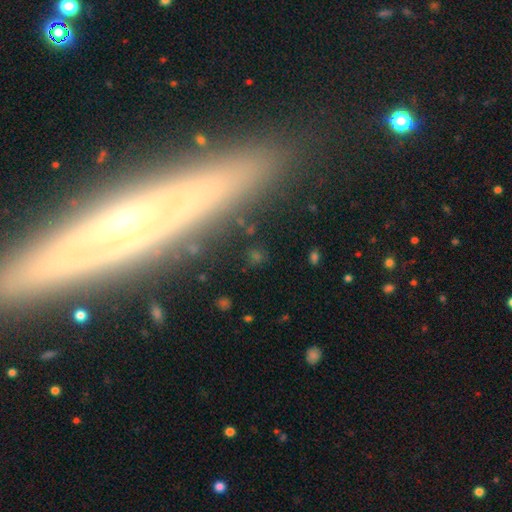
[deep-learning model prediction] This is marginally a smooth galaxy (44%). Merging: clearly none (84%).